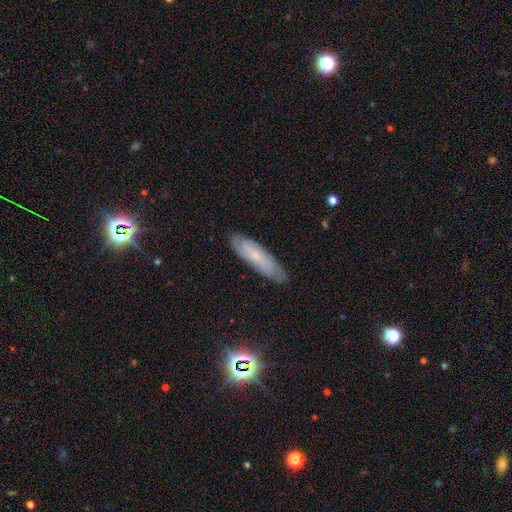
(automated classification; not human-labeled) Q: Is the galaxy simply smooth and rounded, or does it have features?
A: smooth — 48%.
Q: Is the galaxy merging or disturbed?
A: none — 81%.